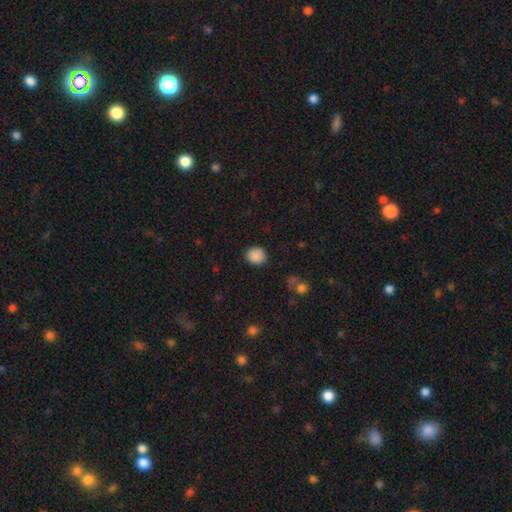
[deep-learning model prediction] This is clearly a smooth galaxy (88%). How rounded: likely round (78%). Merging: clearly none (87%).